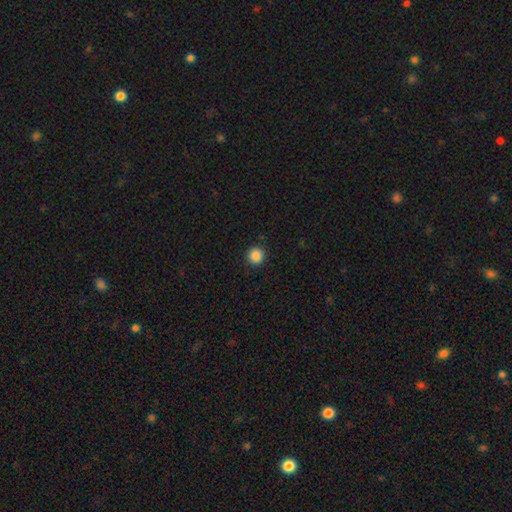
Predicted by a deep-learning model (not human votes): This is clearly a smooth galaxy (87%). How rounded: clearly round (95%). Merging: clearly none (92%).